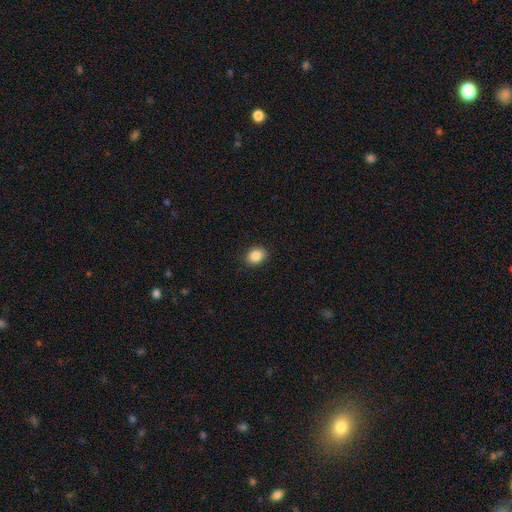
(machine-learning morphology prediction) smooth-or-featured: smooth: 86% | star or artifact: 9% | featured or disk: 5%
  how-rounded: round: 52% | in between: 47% | cigar-shaped: 1%
  merging: none: 89% | minor disturbance: 8% | major disturbance: 2% | merger: 1%